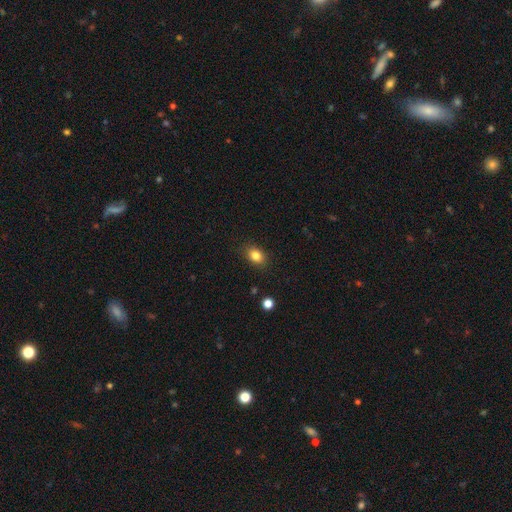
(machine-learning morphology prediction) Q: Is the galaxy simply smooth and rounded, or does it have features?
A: smooth — 83%.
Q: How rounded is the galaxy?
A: in between — 74%.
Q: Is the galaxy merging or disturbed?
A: none — 85%.